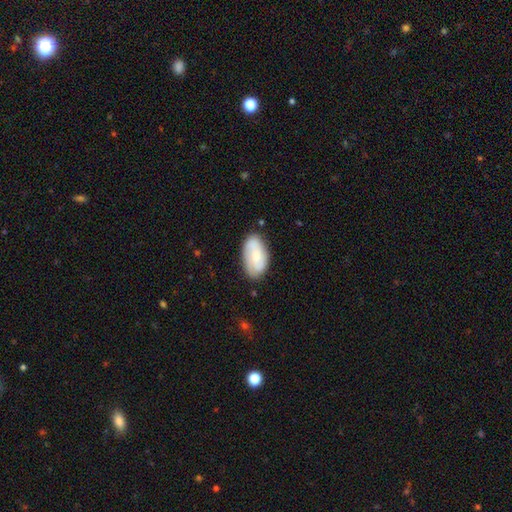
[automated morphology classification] This appears to be a smooth galaxy with no disk features (57%) that is in between round and cigar-shaped (94%). Merging: none (77%).